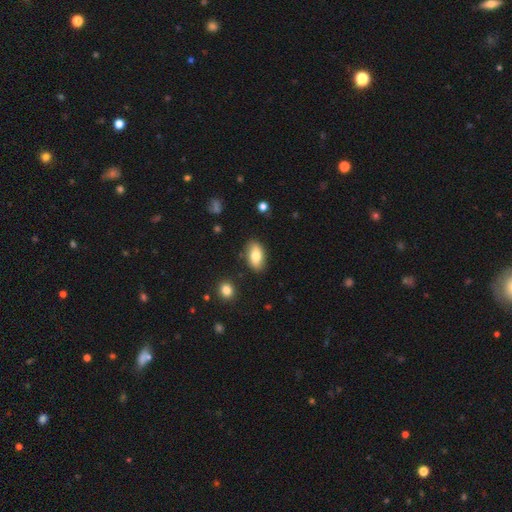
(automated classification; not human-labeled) Smooth or featured? smooth (75%)
How rounded? in between (92%)
Merging? none (84%)